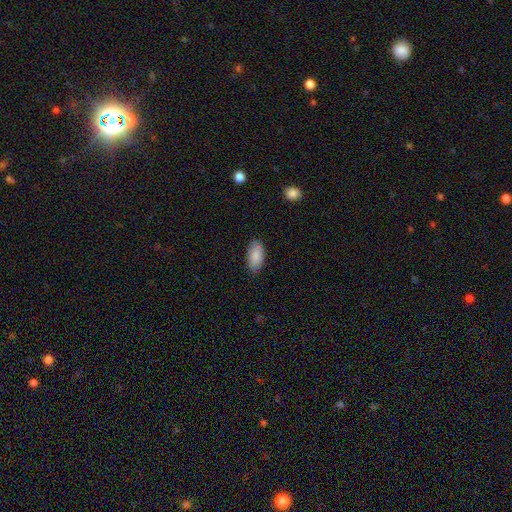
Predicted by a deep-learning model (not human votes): Morphology: type=smooth (88%); roundness=in between (94%); merging=none (85%).